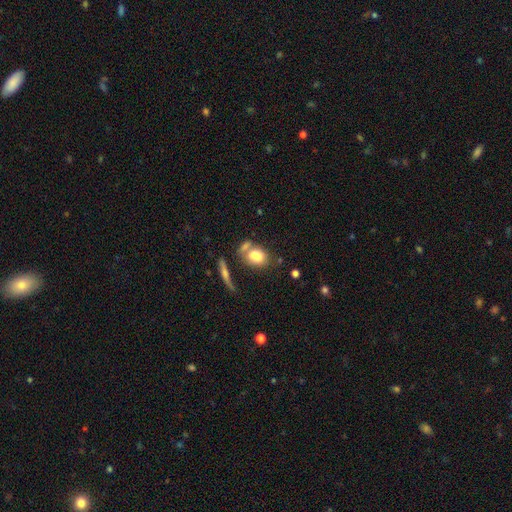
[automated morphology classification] smooth_or_featured: smooth (p=0.77) [alt: featured or disk p=0.14]
how_rounded: in between (p=0.66) [alt: round p=0.31]
merging: none (p=0.47) [alt: merger p=0.30]